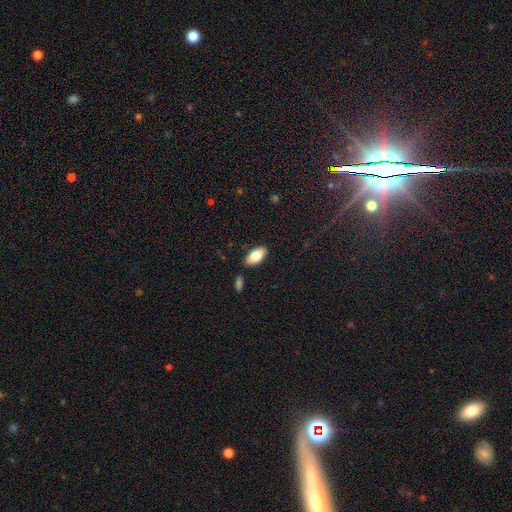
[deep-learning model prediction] smooth 81%, featured or disk 12%, star or artifact 6%. Down the decision tree: how rounded — in between (91%); merging — none (87%).